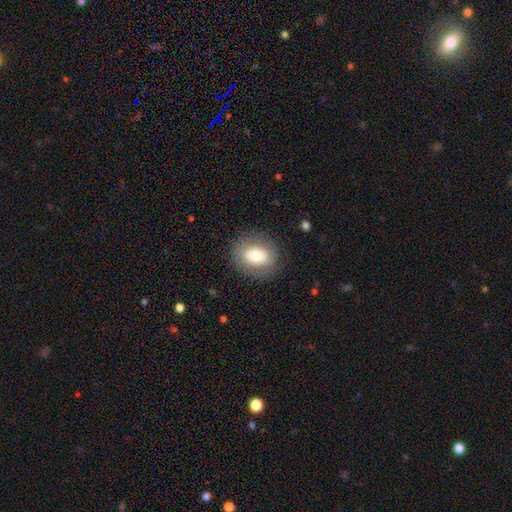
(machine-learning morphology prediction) smooth_or_featured: smooth (p=0.65) [alt: featured or disk p=0.26]
how_rounded: round (p=0.74) [alt: in between p=0.25]
merging: none (p=0.83) [alt: minor disturbance p=0.10]